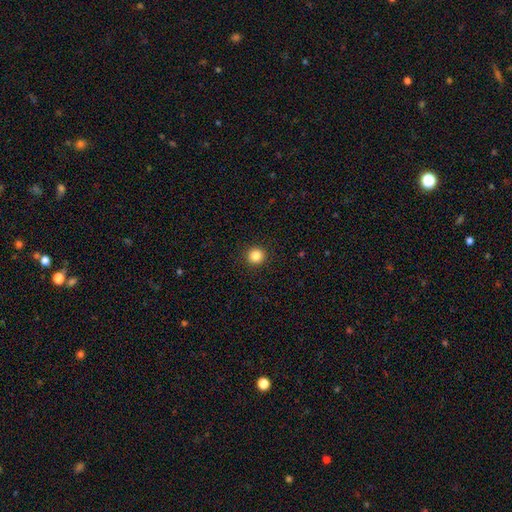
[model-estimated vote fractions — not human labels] Morphology: type=smooth (85%); roundness=round (94%); merging=none (93%).